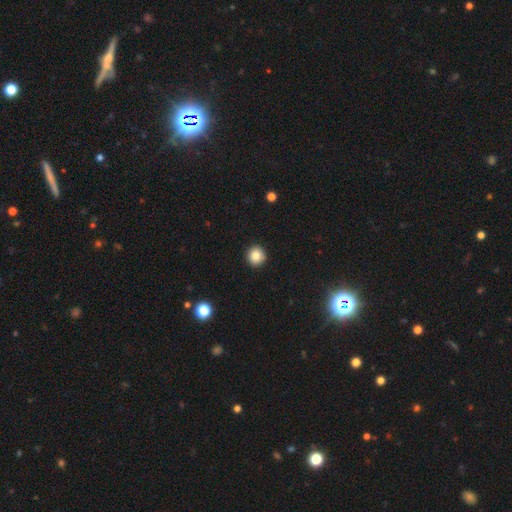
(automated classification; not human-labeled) smooth-or-featured: smooth: 83% | star or artifact: 10% | featured or disk: 6%
  how-rounded: round: 95% | in between: 4% | cigar-shaped: 1%
  merging: none: 93% | minor disturbance: 4% | major disturbance: 1% | merger: 1%